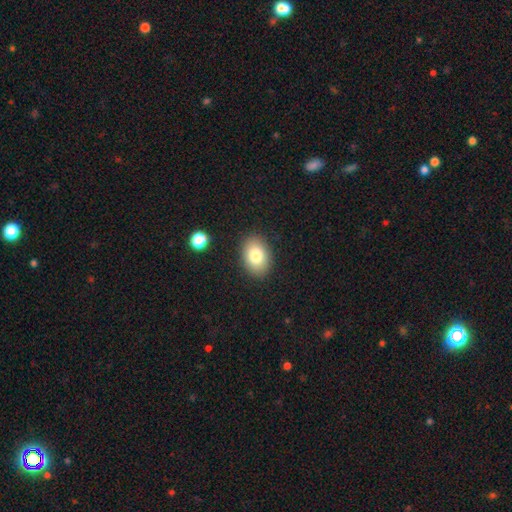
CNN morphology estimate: Overall: smooth (81%). How rounded: in between (78%). Merging: none (88%).